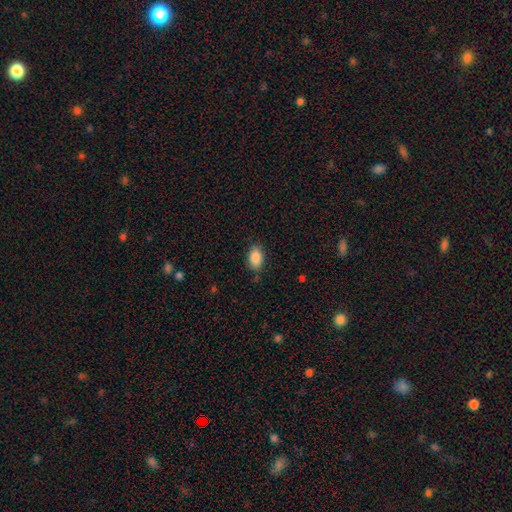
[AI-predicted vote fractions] Smooth or featured? Predicted: smooth (p=0.88). How rounded? Predicted: in between (p=0.90). Merging? Predicted: none (p=0.83).